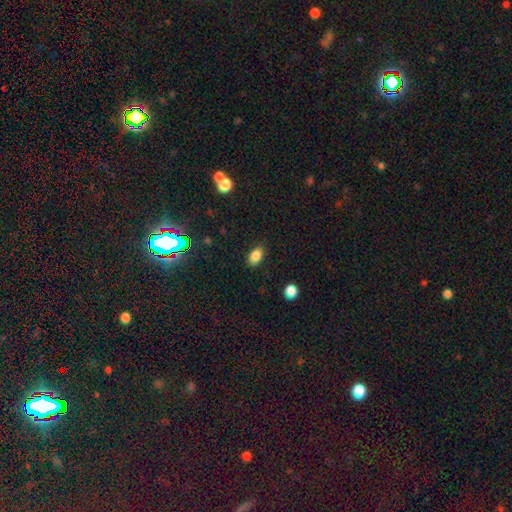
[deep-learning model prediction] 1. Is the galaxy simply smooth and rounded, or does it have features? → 83% smooth, 11% star or artifact, 6% featured or disk.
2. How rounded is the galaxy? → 89% in between, 9% round, 2% cigar-shaped.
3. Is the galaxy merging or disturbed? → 86% none, 10% minor disturbance, 3% major disturbance, 1% merger.